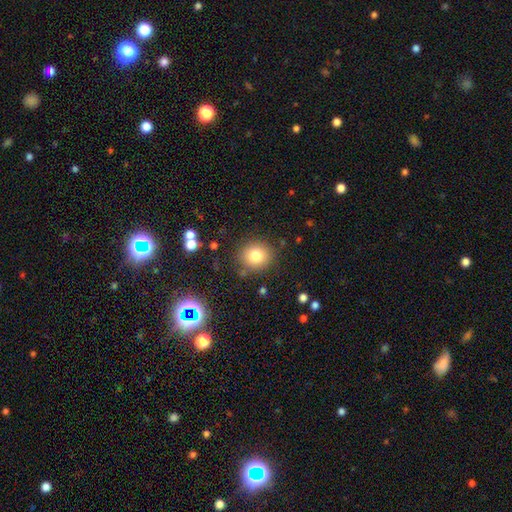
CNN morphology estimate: The model was most divided on "smooth or featured": smooth: 80%, star or artifact: 12%, featured or disk: 9%. More confident: merging — none (84%); how rounded — round (84%).